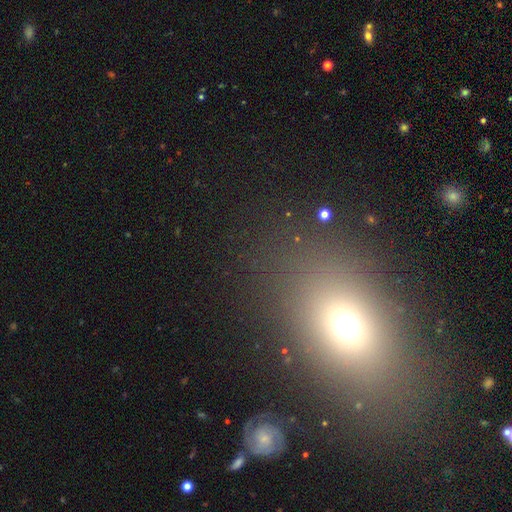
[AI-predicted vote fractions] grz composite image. It shows a smooth galaxy with no disk features (59%) that is in between round and cigar-shaped (64%). Merging: none (83%).